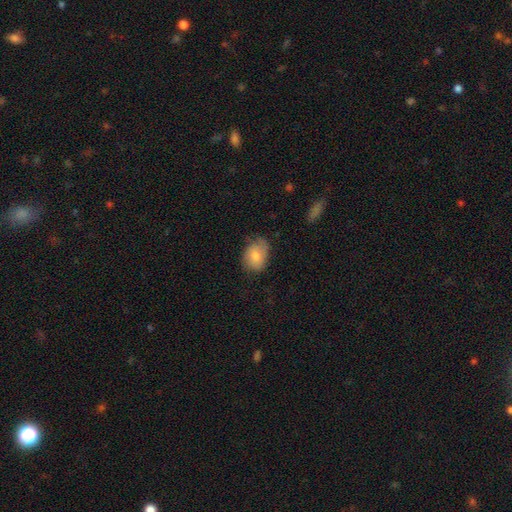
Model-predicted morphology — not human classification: A smooth galaxy with no disk features (76%) that is in between round and cigar-shaped (68%). Merging: none (62%).